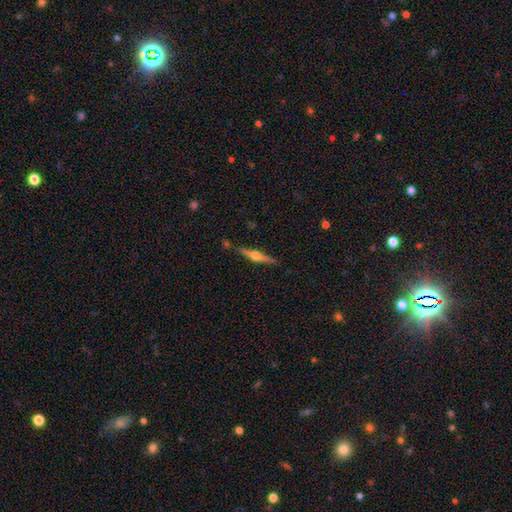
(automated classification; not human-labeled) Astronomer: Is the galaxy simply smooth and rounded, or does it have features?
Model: featured or disk — 71%.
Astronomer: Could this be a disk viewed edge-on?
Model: yes — 97%.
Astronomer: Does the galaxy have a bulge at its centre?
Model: rounded — 93%.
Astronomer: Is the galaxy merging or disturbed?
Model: none — 84%.